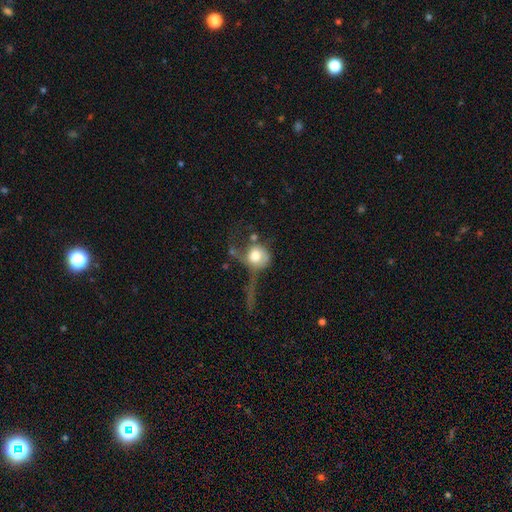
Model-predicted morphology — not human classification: The model was most divided on "merging": major disturbance: 51%, none: 19%, merger: 16%, minor disturbance: 15%. More confident: how rounded — round (81%); smooth or featured — smooth (64%).